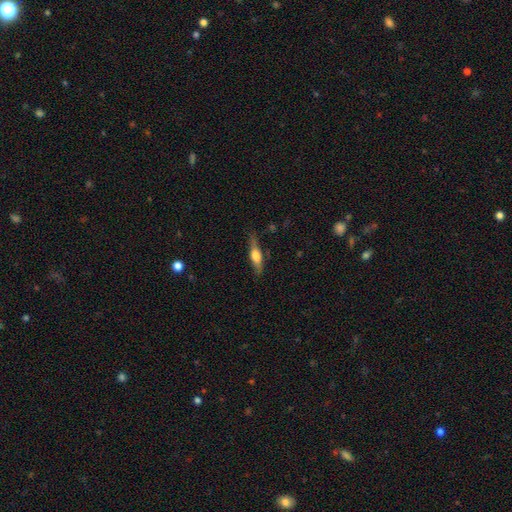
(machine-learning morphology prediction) A featured or disk galaxy (48%).

Vote fractions:
- Smooth or featured? featured or disk: 48% / smooth: 45% / star or artifact: 7%
- Merging? none: 77% / minor disturbance: 17% / major disturbance: 4% / merger: 2%